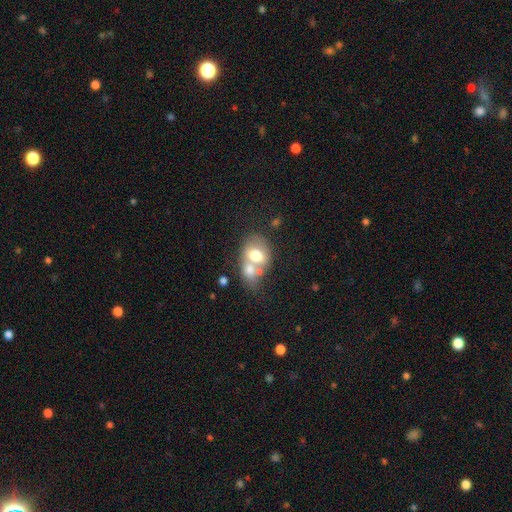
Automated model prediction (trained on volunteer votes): Smooth or featured?
  - smooth: 63% *
  - featured or disk: 29%
  - star or artifact: 8%
How rounded?
  - in between: 56% *
  - round: 43%
  - cigar-shaped: 1%
Merging?
  - merger: 61% *
  - none: 23%
  - minor disturbance: 10%
  - major disturbance: 6%